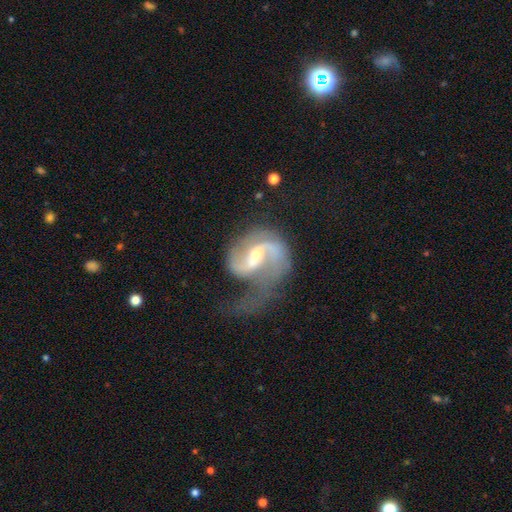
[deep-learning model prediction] Smooth or featured?
  - featured or disk: 90% *
  - smooth: 5%
  - star or artifact: 5%
Edge-on disk?
  - no: 98% *
  - yes: 2%
Bar?
  - weak: 49% *
  - strong: 30%
  - no: 20%
Spiral arms?
  - yes: 97% *
  - no: 3%
Spiral winding?
  - medium: 45% *
  - loose: 42%
  - tight: 13%
Spiral arm count?
  - 2: 79% *
  - 1: 13%
  - can't tell: 4%
  - 3: 2%
  - 4: 1%
  - more than 4: 1%
Bulge size?
  - moderate: 48% *
  - small: 47%
  - large: 3%
  - none: 2%
  - dominant: 1%
Merging?
  - none: 38% *
  - major disturbance: 36%
  - minor disturbance: 23%
  - merger: 4%